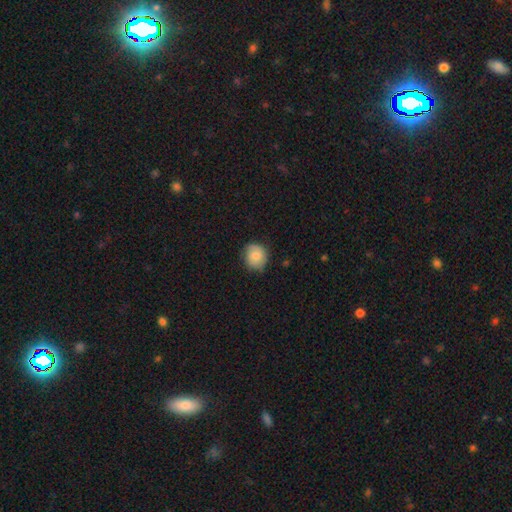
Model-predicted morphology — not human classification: Smooth or featured?
  - smooth: 73% *
  - featured or disk: 20%
  - star or artifact: 7%
How rounded?
  - round: 82% *
  - in between: 18%
  - cigar-shaped: 1%
Merging?
  - none: 76% *
  - minor disturbance: 19%
  - major disturbance: 4%
  - merger: 1%